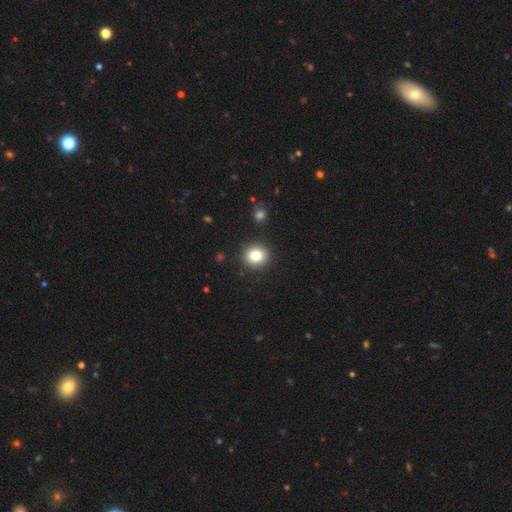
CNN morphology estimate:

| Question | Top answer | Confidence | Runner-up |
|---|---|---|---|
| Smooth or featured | smooth | 81% | star or artifact (11%) |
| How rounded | round | 83% | in between (16%) |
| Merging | none | 90% | minor disturbance (6%) |